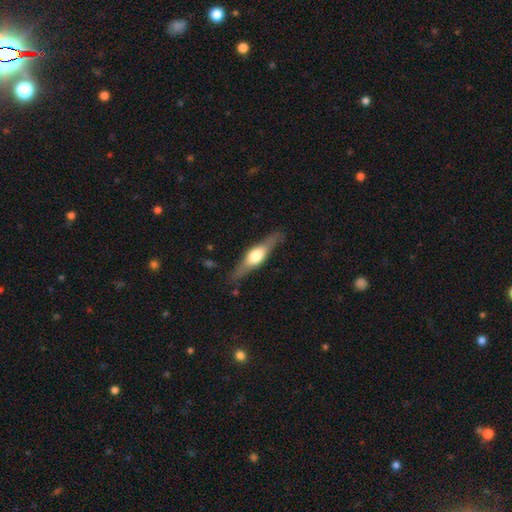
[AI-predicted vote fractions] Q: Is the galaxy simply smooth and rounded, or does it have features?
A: featured or disk — 62%.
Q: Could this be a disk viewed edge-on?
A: yes — 93%.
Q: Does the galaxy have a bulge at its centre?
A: rounded — 92%.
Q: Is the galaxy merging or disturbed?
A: none — 83%.